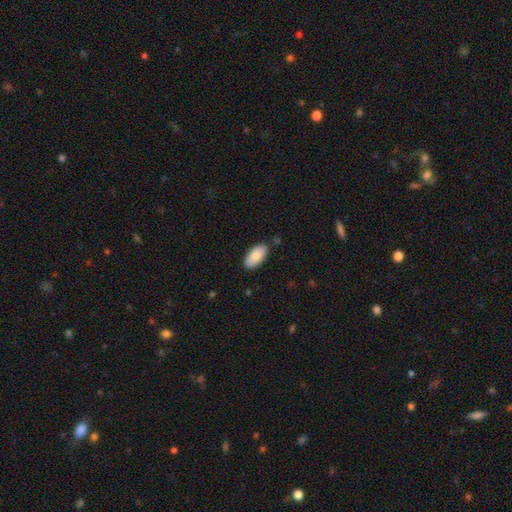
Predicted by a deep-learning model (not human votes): Smooth or featured? smooth (84%)
How rounded? in between (94%)
Merging? none (85%)